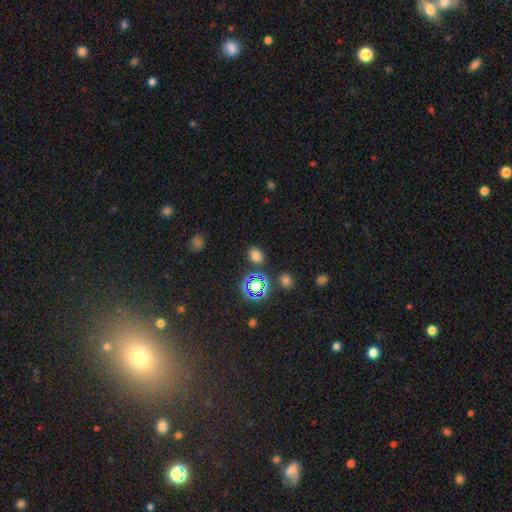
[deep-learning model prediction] Smooth or featured?
  - smooth: 71% *
  - star or artifact: 23%
  - featured or disk: 6%
How rounded?
  - in between: 54% *
  - round: 45%
  - cigar-shaped: 1%
Merging?
  - none: 82% *
  - minor disturbance: 10%
  - merger: 4%
  - major disturbance: 3%